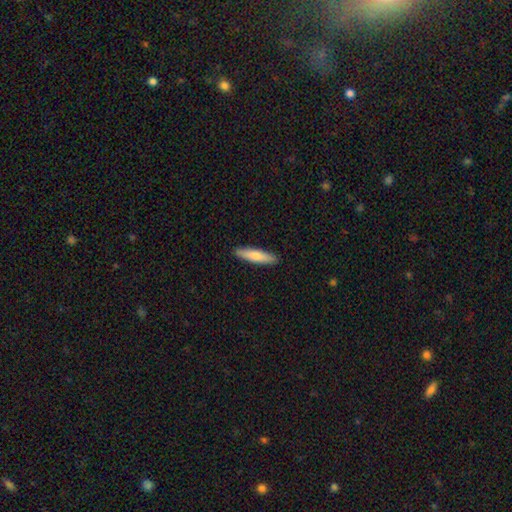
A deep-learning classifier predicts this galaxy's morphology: Q: Smooth or featured?
A: smooth (73%); runner-up: featured or disk (22%)
Q: How rounded?
A: cigar-shaped (84%); runner-up: in between (14%)
Q: Merging?
A: none (92%); runner-up: minor disturbance (6%)